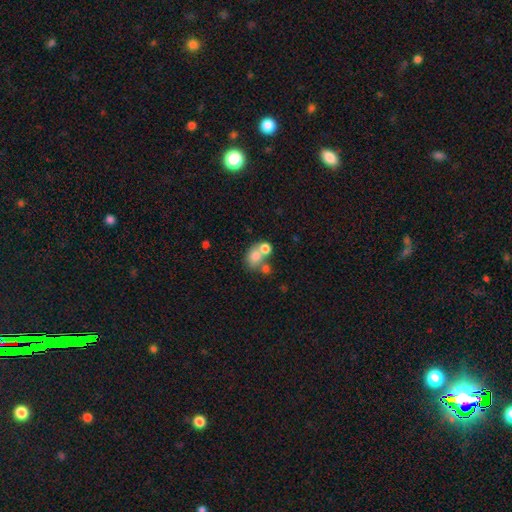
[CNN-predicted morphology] type=smooth (71%); roundness=round (52%); merging=merger (52%).